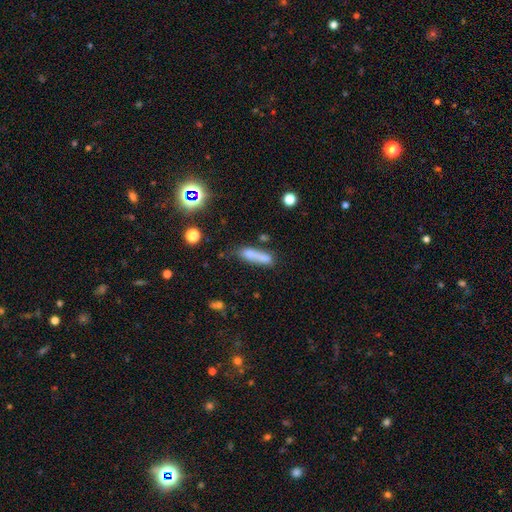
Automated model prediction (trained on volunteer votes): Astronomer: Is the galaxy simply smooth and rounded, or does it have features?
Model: smooth — 74%.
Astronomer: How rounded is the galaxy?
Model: cigar-shaped — 76%.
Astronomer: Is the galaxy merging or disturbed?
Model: none — 58%.